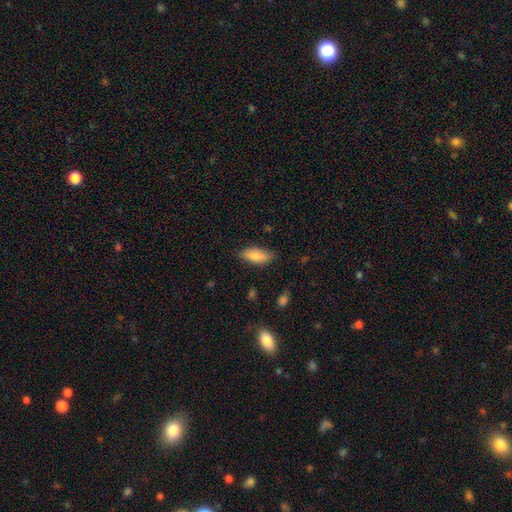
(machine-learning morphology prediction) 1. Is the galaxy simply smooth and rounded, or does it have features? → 83% smooth, 10% featured or disk, 7% star or artifact.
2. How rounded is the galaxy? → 81% in between, 17% cigar-shaped, 2% round.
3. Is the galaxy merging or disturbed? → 80% none, 16% minor disturbance, 3% major disturbance, 1% merger.